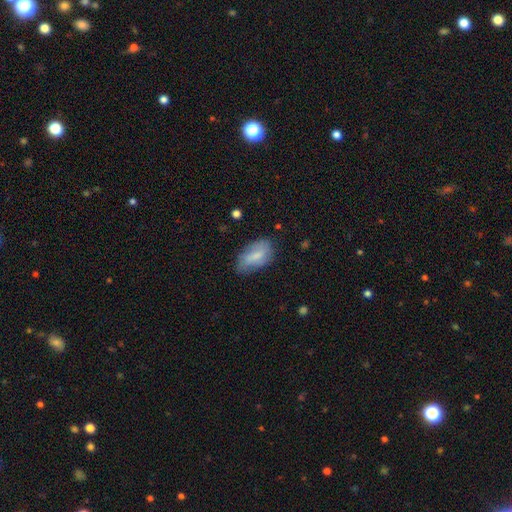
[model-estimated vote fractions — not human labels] This appears to be a smooth galaxy with no disk features (73%) that is in between round and cigar-shaped (92%). Merging: none (63%).